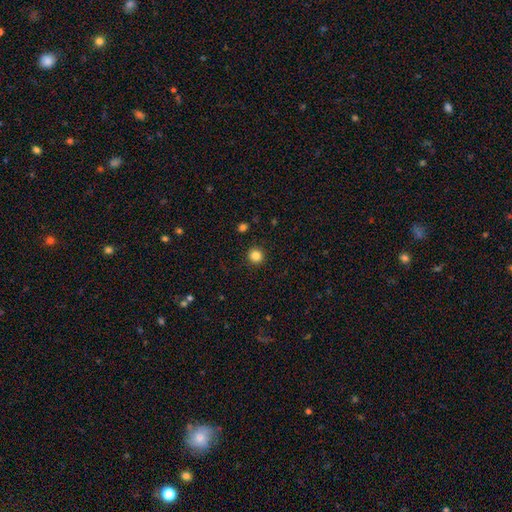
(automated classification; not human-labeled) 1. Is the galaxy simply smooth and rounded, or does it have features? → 85% smooth, 11% star or artifact, 3% featured or disk.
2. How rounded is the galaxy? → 93% round, 6% in between, 1% cigar-shaped.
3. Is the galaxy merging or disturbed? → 92% none, 5% minor disturbance, 2% major disturbance, 1% merger.